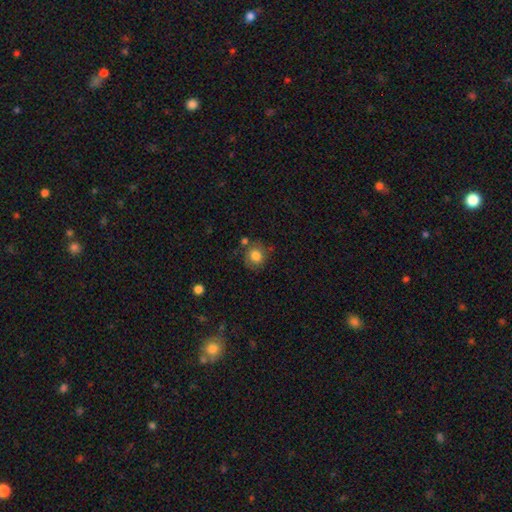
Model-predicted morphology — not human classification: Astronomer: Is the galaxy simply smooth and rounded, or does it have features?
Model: smooth — 80%.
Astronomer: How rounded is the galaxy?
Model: round — 83%.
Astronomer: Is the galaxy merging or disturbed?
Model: none — 72%.